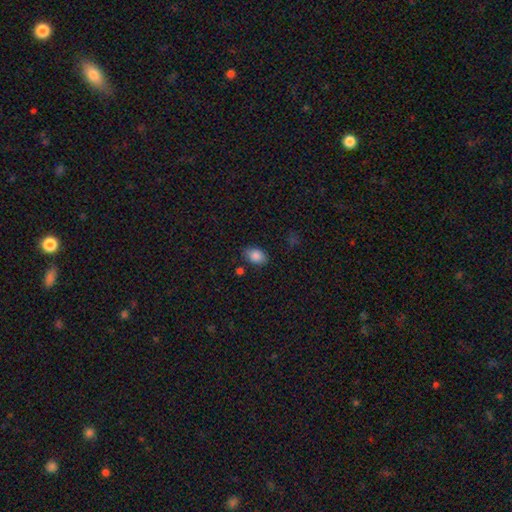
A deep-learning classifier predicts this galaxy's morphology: smooth 86%, star or artifact 8%, featured or disk 6%. Down the decision tree: how rounded — in between (83%); merging — none (79%).